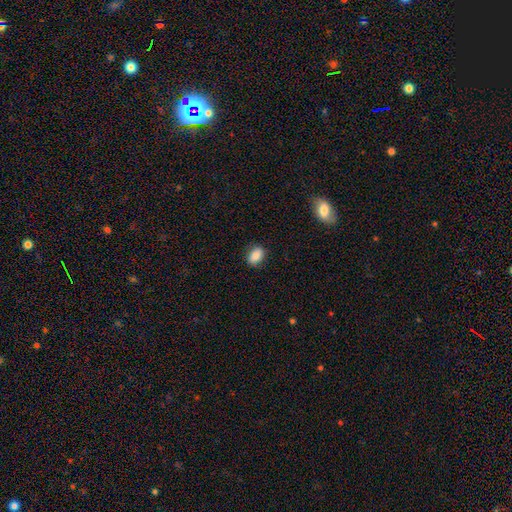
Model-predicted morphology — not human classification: smooth-or-featured: smooth: 85% | star or artifact: 8% | featured or disk: 7%
  how-rounded: in between: 80% | round: 18% | cigar-shaped: 2%
  merging: none: 84% | minor disturbance: 12% | major disturbance: 3% | merger: 1%